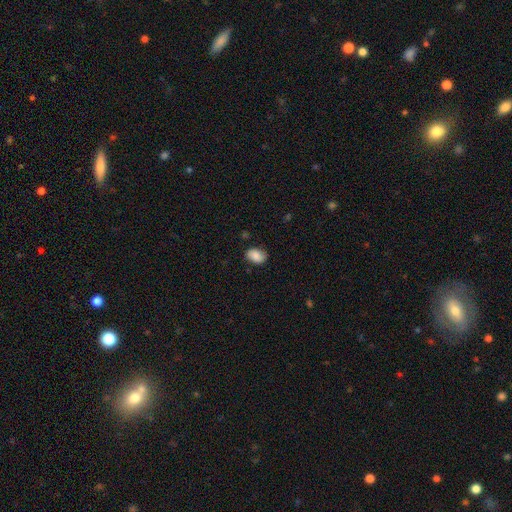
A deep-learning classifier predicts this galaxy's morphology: This appears to be a smooth galaxy with no disk features (83%) that is in between round and cigar-shaped (83%). Merging: none (80%).